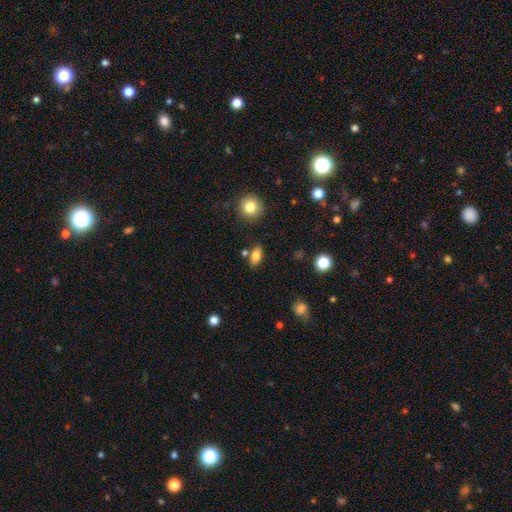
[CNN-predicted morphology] This appears to be a smooth galaxy with no disk features (79%) that is in between round and cigar-shaped (84%). Merging: none (77%).